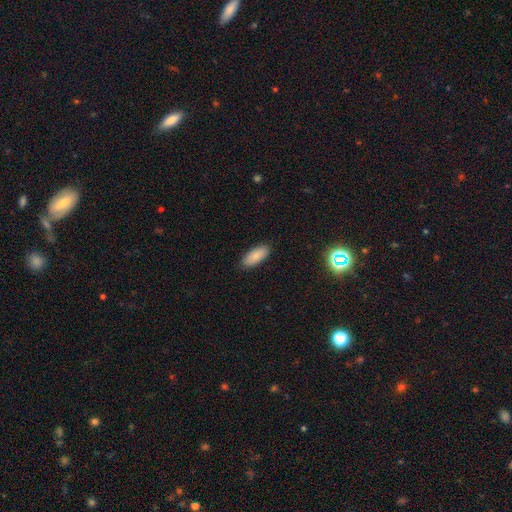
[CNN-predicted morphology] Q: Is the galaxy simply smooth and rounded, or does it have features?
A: smooth — 84%.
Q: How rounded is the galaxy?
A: in between — 85%.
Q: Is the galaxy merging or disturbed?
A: none — 87%.